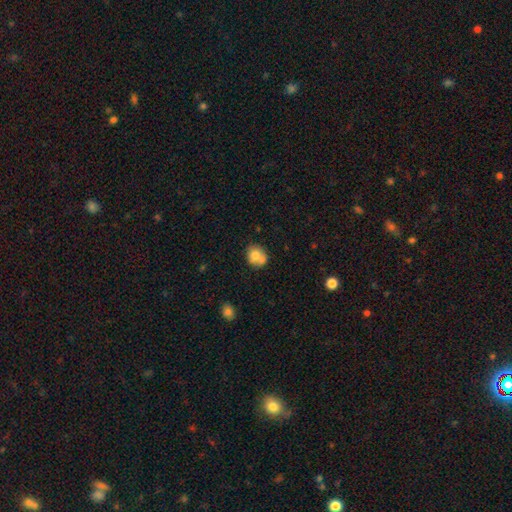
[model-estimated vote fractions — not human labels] Q: Smooth or featured?
A: smooth (71%); runner-up: featured or disk (20%)
Q: How rounded?
A: round (67%); runner-up: in between (32%)
Q: Merging?
A: none (44%); runner-up: merger (35%)